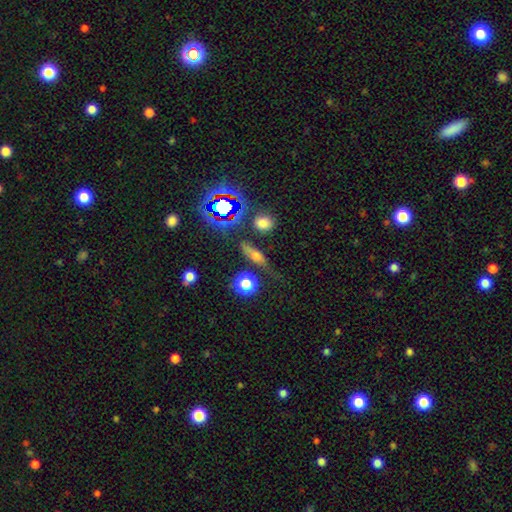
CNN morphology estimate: type=smooth (46%); merging=none (69%).